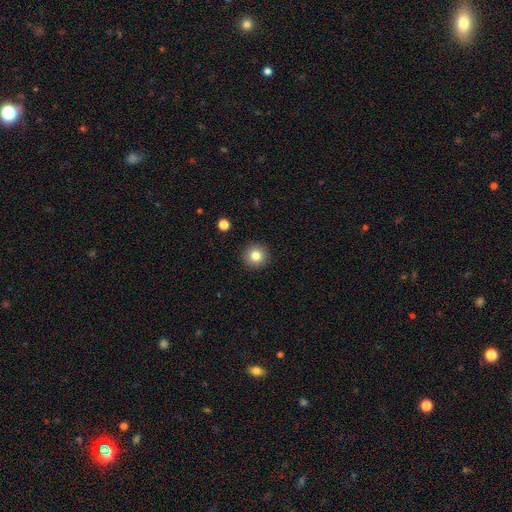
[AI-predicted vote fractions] A smooth galaxy with no disk features (82%) that is round (95%). Merging: none (92%).